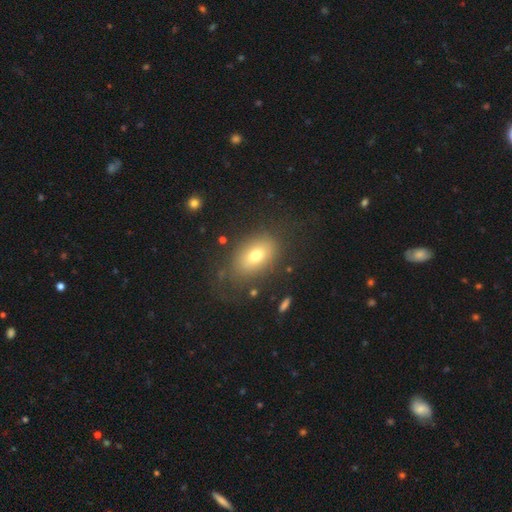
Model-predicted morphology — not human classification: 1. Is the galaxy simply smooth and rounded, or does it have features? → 69% smooth, 20% featured or disk, 11% star or artifact.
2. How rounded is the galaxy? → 82% in between, 16% round, 2% cigar-shaped.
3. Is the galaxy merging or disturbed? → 71% none, 16% minor disturbance, 10% major disturbance, 2% merger.